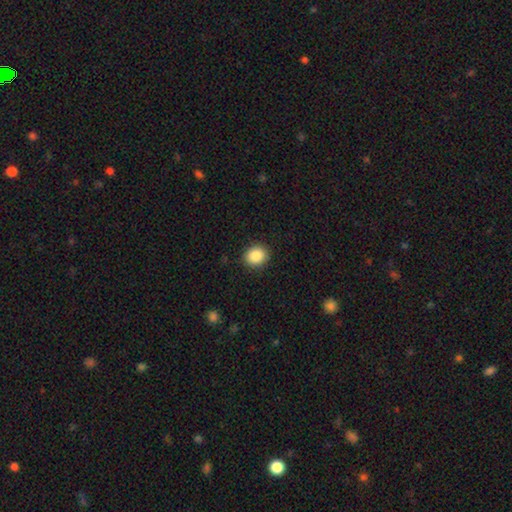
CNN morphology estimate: smooth-or-featured: smooth: 88% | star or artifact: 8% | featured or disk: 4%
  how-rounded: round: 68% | in between: 31% | cigar-shaped: 1%
  merging: none: 89% | minor disturbance: 8% | major disturbance: 2% | merger: 1%